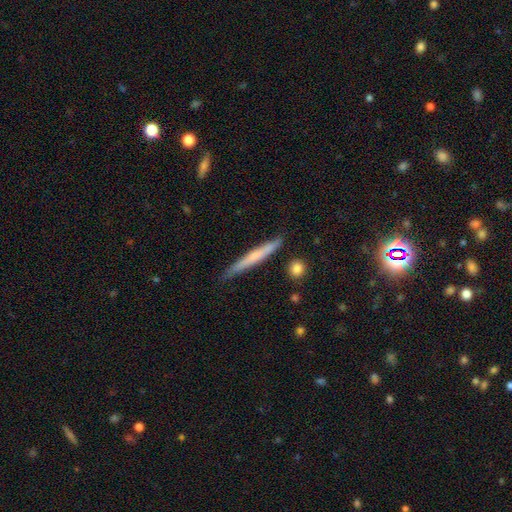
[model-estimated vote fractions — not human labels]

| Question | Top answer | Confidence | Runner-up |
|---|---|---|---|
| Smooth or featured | smooth | 53% | featured or disk (42%) |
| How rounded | cigar-shaped | 96% | in between (3%) |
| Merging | none | 83% | minor disturbance (13%) |